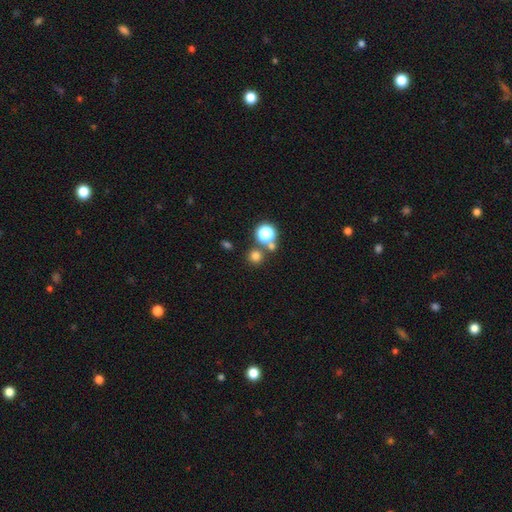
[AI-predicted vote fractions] Smooth or featured? smooth (73%)
How rounded? round (92%)
Merging? none (76%)